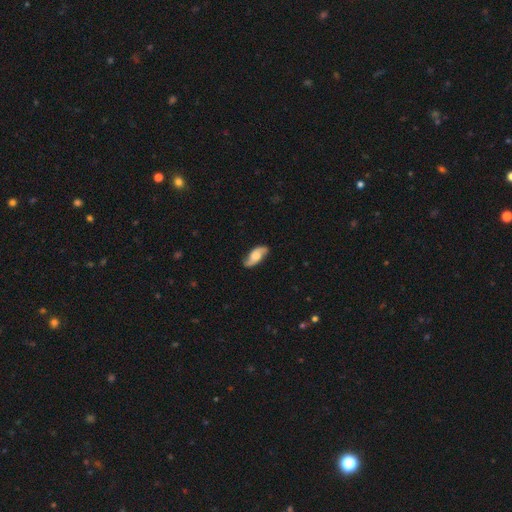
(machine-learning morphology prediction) Smooth or featured: featured or disk — 63% (smooth — 30%)
Edge-on disk: no — 91% (yes — 9%)
Bar: no — 62% (weak — 31%)
Spiral arms: yes — 93% (no — 7%)
Spiral winding: loose — 51% (medium — 34%)
Spiral arm count: 2 — 91% (can't tell — 5%)
Bulge size: moderate — 33% (large — 29%)
Merging: none — 81% (minor disturbance — 14%)